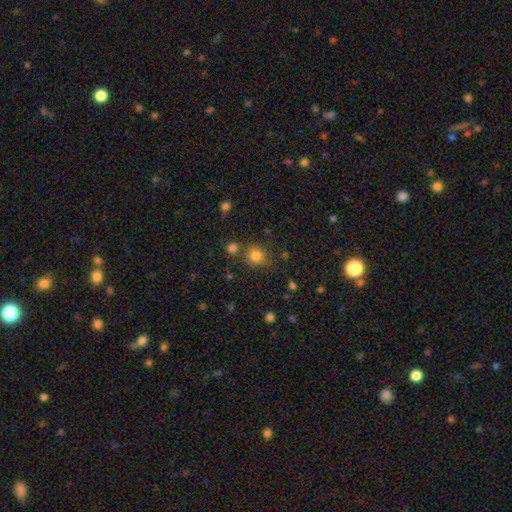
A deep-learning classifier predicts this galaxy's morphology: Smooth or featured?
  - smooth: 81% *
  - star or artifact: 13%
  - featured or disk: 6%
How rounded?
  - round: 84% *
  - in between: 15%
  - cigar-shaped: 1%
Merging?
  - none: 73% *
  - minor disturbance: 12%
  - merger: 11%
  - major disturbance: 4%